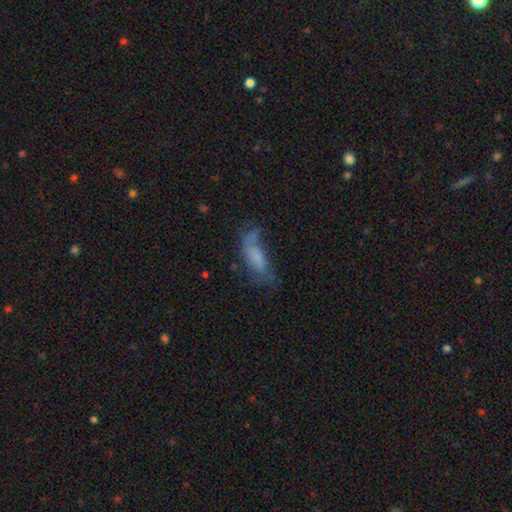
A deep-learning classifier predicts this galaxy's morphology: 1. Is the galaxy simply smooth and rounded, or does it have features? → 56% smooth, 32% featured or disk, 11% star or artifact.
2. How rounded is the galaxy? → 64% in between, 33% cigar-shaped, 2% round.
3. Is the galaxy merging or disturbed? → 36% none, 31% major disturbance, 28% minor disturbance, 5% merger.